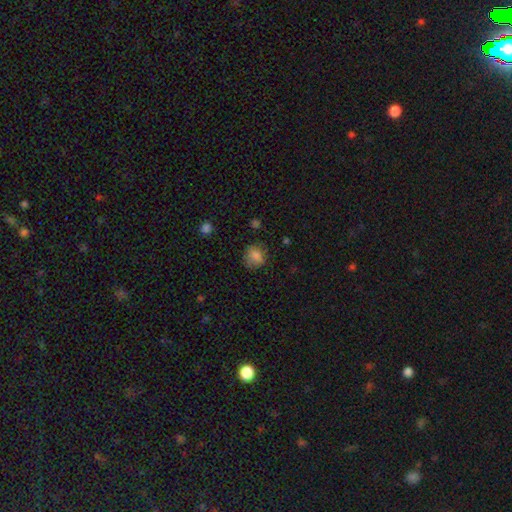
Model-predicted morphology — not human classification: Smooth or featured: smooth — 79% (star or artifact — 11%)
How rounded: round — 73% (in between — 26%)
Merging: none — 73% (minor disturbance — 19%)